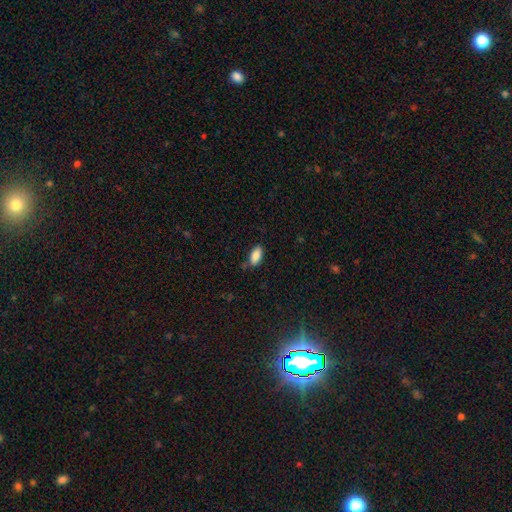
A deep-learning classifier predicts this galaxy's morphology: Smooth or featured?
  - smooth: 88% *
  - star or artifact: 7%
  - featured or disk: 5%
How rounded?
  - in between: 90% *
  - cigar-shaped: 7%
  - round: 3%
Merging?
  - none: 75% *
  - minor disturbance: 19%
  - major disturbance: 4%
  - merger: 3%